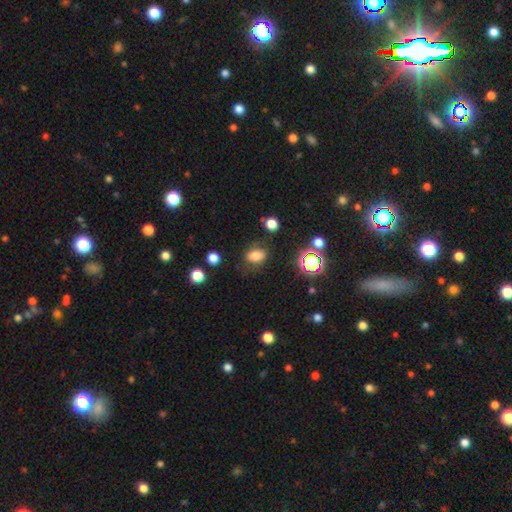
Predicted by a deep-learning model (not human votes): Smooth or featured?
  - smooth: 72% *
  - star or artifact: 14%
  - featured or disk: 14%
How rounded?
  - in between: 71% *
  - round: 27%
  - cigar-shaped: 2%
Merging?
  - none: 71% *
  - minor disturbance: 18%
  - major disturbance: 8%
  - merger: 3%